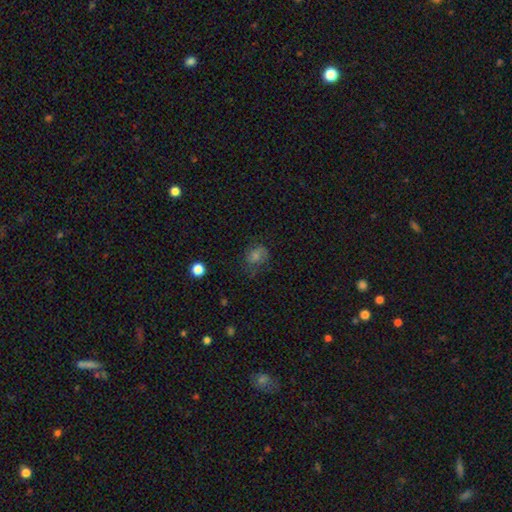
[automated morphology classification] type=smooth (47%); merging=none (61%).